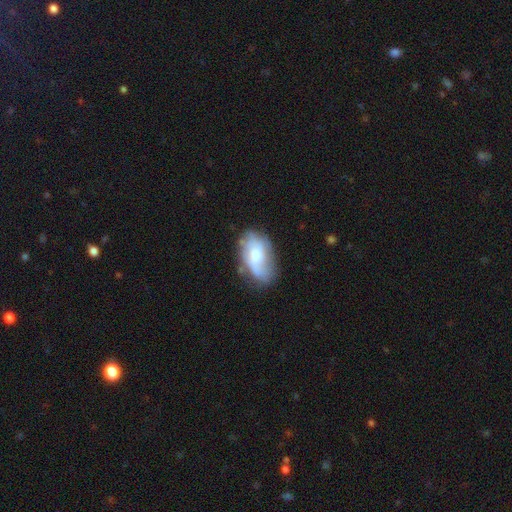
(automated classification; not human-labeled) smooth_or_featured: featured or disk (p=0.47) [alt: smooth p=0.46]
merging: none (p=0.56) [alt: minor disturbance p=0.28]